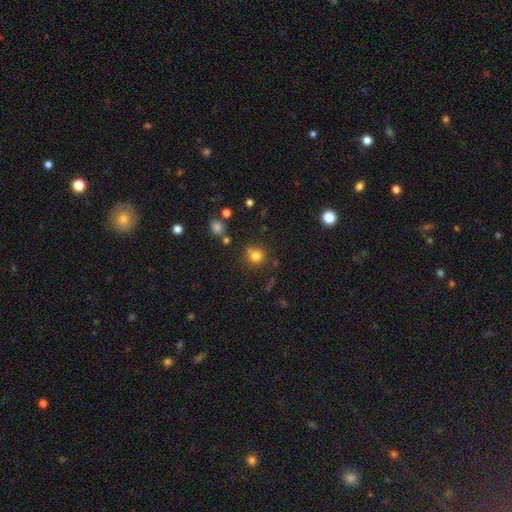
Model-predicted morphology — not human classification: Smooth or featured: smooth — 77% (star or artifact — 15%)
How rounded: round — 91% (in between — 8%)
Merging: none — 74% (merger — 12%)